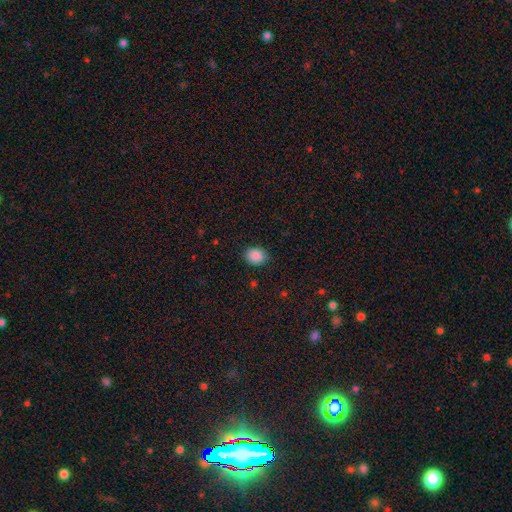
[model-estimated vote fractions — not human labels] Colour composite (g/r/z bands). It shows a smooth galaxy with no disk features (88%) that is round (59%). Merging: none (84%).